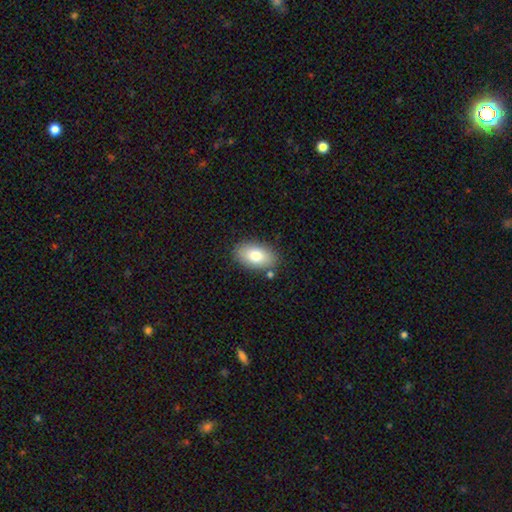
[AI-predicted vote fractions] smooth-or-featured: smooth: 79% | featured or disk: 14% | star or artifact: 7%
  how-rounded: in between: 93% | round: 6% | cigar-shaped: 2%
  merging: none: 83% | minor disturbance: 11% | merger: 4% | major disturbance: 3%